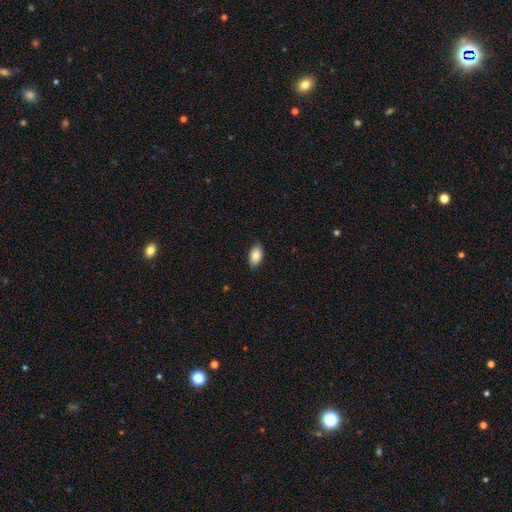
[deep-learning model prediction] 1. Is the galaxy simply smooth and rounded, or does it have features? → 86% smooth, 7% featured or disk, 7% star or artifact.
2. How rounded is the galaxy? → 94% in between, 4% round, 2% cigar-shaped.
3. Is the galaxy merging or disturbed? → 87% none, 11% minor disturbance, 2% major disturbance, 1% merger.